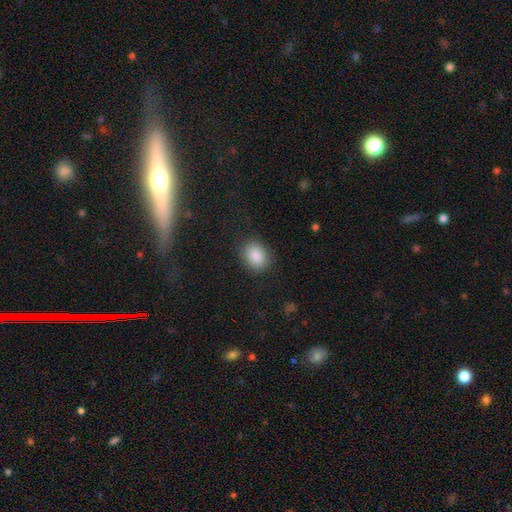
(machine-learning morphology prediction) Smooth or featured? smooth (88%)
How rounded? in between (62%)
Merging? none (84%)